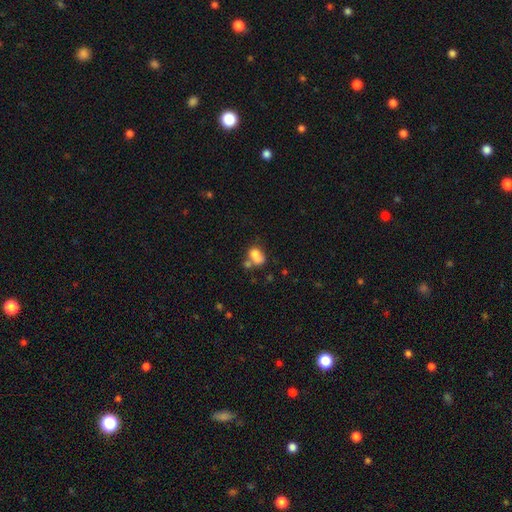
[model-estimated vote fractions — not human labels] Smooth or featured: smooth — 72% (featured or disk — 17%)
How rounded: in between — 72% (round — 26%)
Merging: merger — 48% (none — 26%)